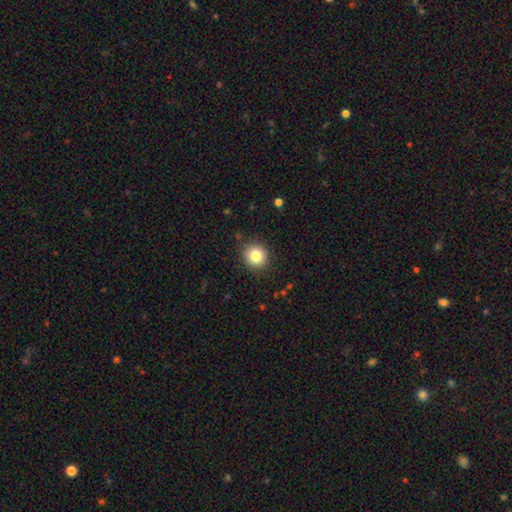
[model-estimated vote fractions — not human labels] Smooth or featured? Predicted: smooth (p=0.82). How rounded? Predicted: round (p=0.89). Merging? Predicted: none (p=0.90).